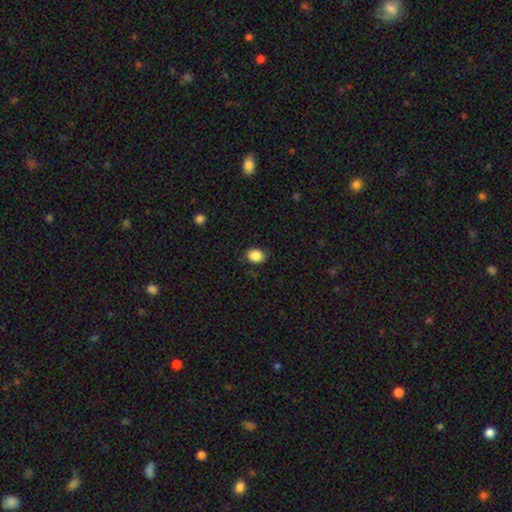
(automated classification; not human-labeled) This appears to be a smooth galaxy with no disk features (88%) that is in between round and cigar-shaped (58%). Merging: none (86%).